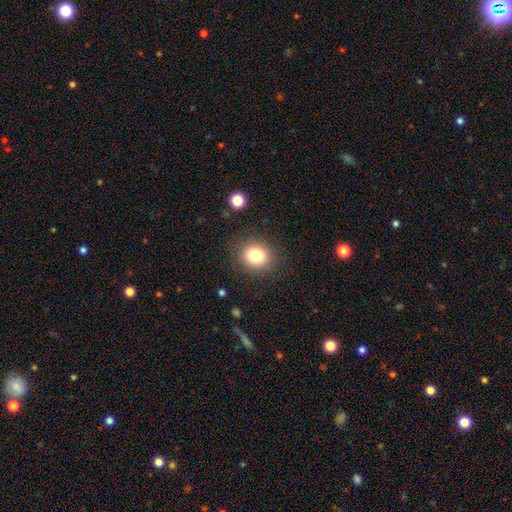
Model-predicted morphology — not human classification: The model was most divided on "how rounded": round: 76%, in between: 23%, cigar-shaped: 1%. More confident: merging — none (86%); smooth or featured — smooth (81%).